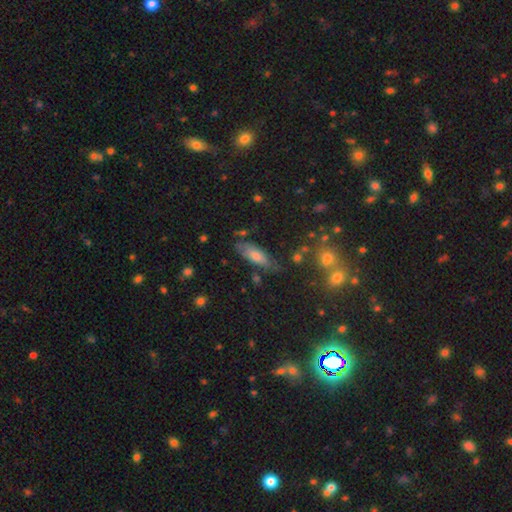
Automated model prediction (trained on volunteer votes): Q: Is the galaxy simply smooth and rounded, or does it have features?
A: smooth — 62%.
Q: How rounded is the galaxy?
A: in between — 62%.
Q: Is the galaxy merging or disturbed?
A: none — 67%.